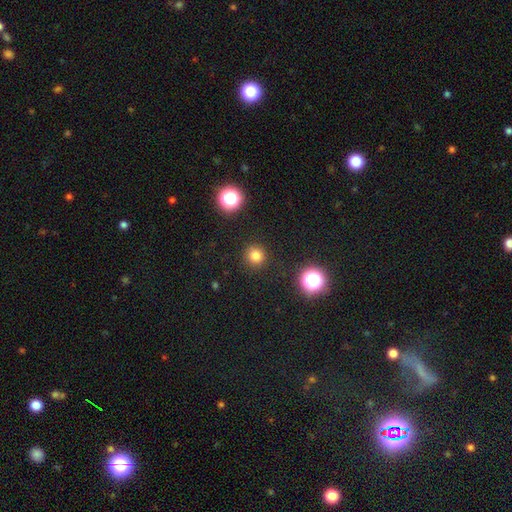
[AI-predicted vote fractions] Smooth or featured? smooth (80%)
How rounded? round (94%)
Merging? none (91%)